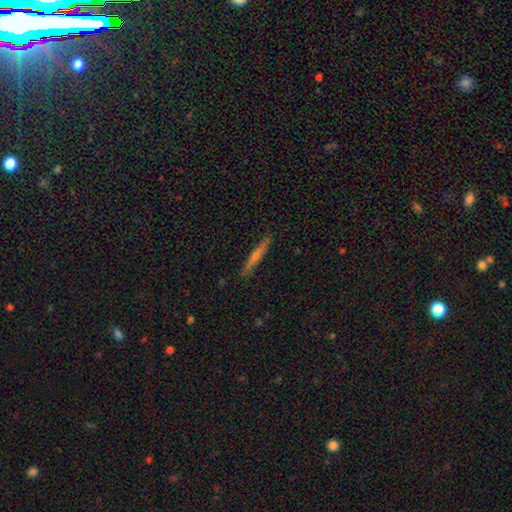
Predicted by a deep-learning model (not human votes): Smooth or featured: featured or disk — 57% (smooth — 36%)
Edge-on disk: yes — 96% (no — 4%)
Edge-on bulge: rounded — 63% (none — 30%)
Merging: none — 89% (minor disturbance — 9%)